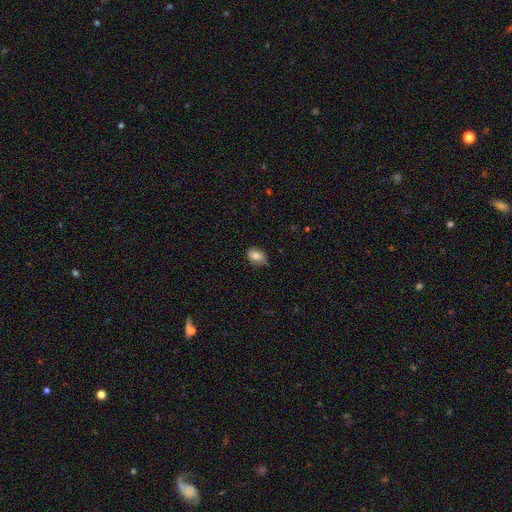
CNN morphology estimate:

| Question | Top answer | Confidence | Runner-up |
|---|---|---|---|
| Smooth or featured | smooth | 78% | featured or disk (14%) |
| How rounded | in between | 67% | round (31%) |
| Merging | none | 68% | minor disturbance (26%) |